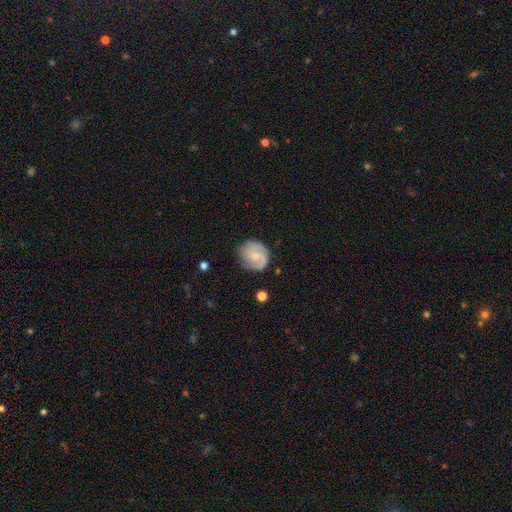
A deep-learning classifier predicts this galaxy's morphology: Overall: featured or disk (71%). Edge-on disk: no (98%). Bar: no (66%; weak 30%). Spiral arms: yes (94%). Spiral arm count: 2 (61%). Spiral winding: tight (46%; medium 41%). Bulge size: small (59%; moderate 35%). Merging: none (76%).